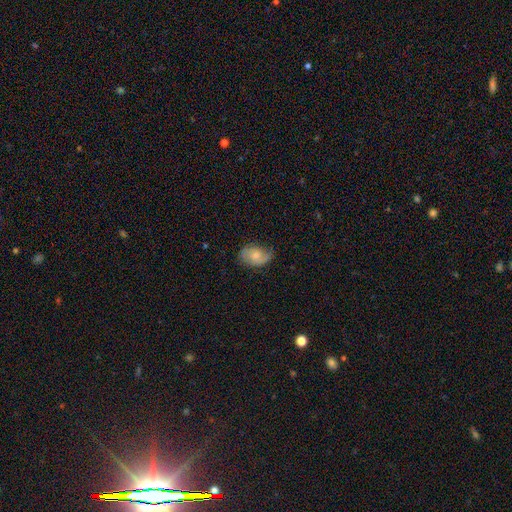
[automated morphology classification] A smooth galaxy with no disk features (54%) that is in between round and cigar-shaped (82%). Merging: none (59%).